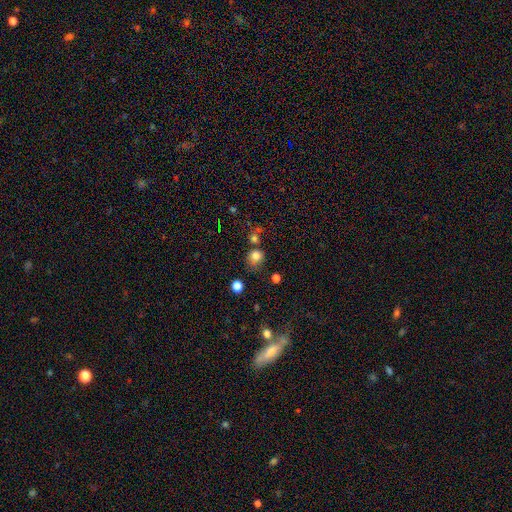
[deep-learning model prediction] smooth 80%, star or artifact 14%, featured or disk 7%. Down the decision tree: how rounded — round (78%); merging — none (57%).